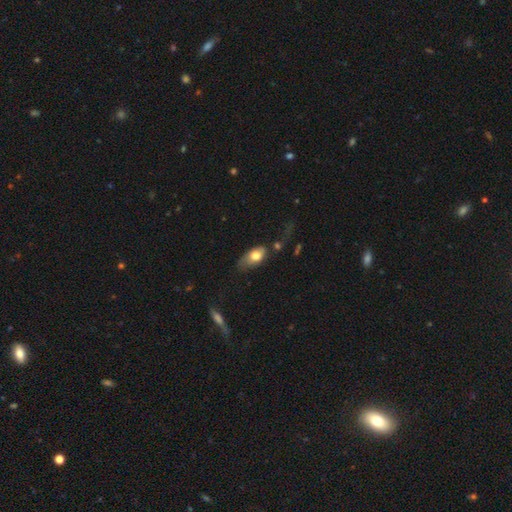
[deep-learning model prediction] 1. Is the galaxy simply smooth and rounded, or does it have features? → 74% smooth, 19% featured or disk, 7% star or artifact.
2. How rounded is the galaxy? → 89% in between, 6% cigar-shaped, 5% round.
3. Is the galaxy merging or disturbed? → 41% none, 34% minor disturbance, 18% major disturbance, 7% merger.